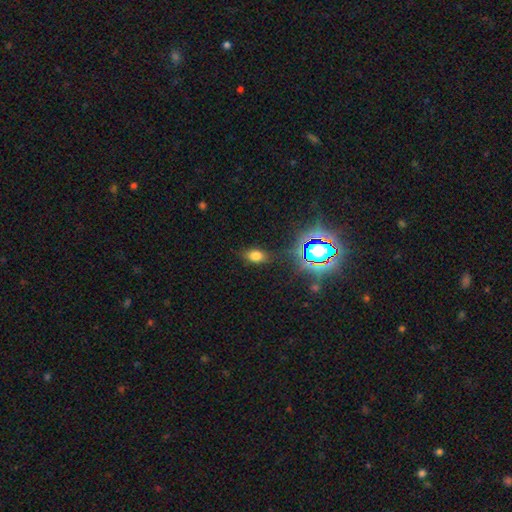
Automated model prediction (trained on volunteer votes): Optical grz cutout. It shows a smooth galaxy with no disk features (66%) that is in between round and cigar-shaped (81%). Merging: none (78%).